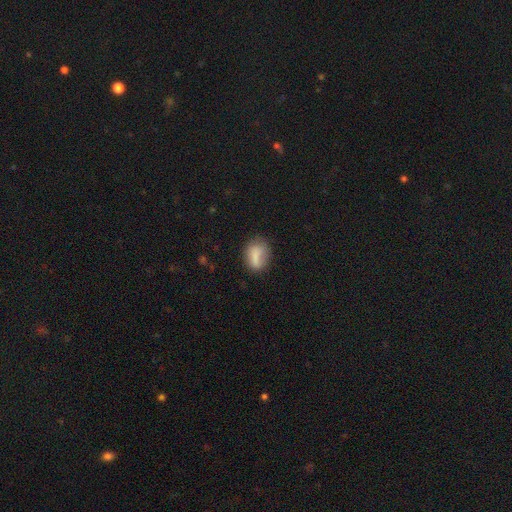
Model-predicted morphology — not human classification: smooth-or-featured: smooth: 79% | featured or disk: 13% | star or artifact: 8%
  how-rounded: in between: 73% | round: 24% | cigar-shaped: 3%
  merging: none: 62% | minor disturbance: 25% | major disturbance: 9% | merger: 3%